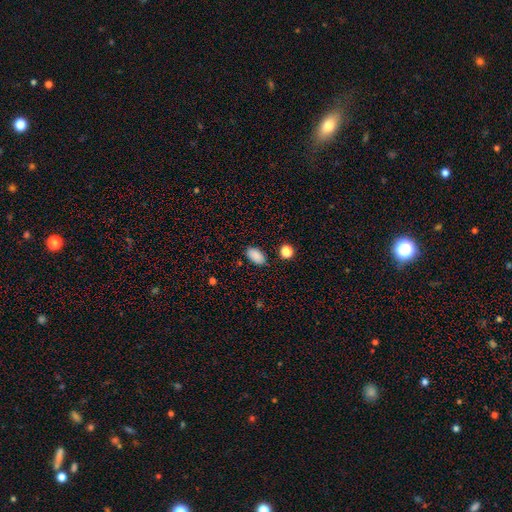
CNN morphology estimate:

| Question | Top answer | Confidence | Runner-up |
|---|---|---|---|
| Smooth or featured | smooth | 88% | star or artifact (8%) |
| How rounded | in between | 93% | round (5%) |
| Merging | none | 85% | minor disturbance (10%) |